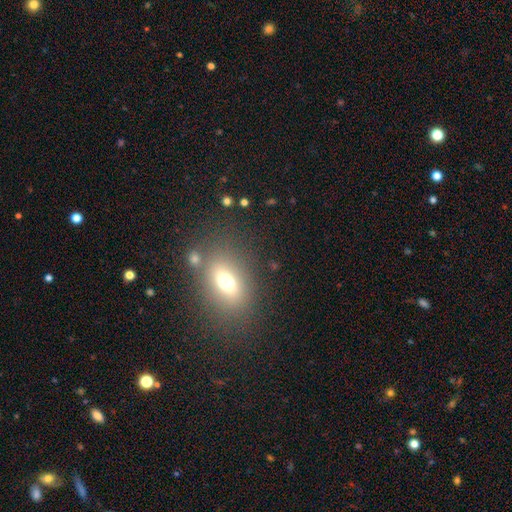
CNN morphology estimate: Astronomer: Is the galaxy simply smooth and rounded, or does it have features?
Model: smooth — 61%.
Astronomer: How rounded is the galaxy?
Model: in between — 74%.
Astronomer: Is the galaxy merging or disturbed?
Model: none — 83%.